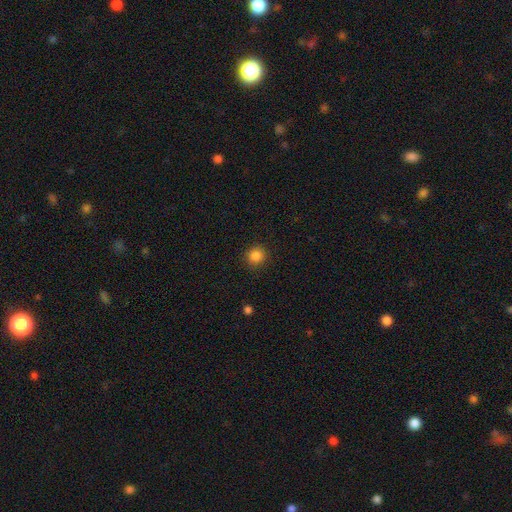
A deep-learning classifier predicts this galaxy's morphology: This is clearly a smooth galaxy (85%). How rounded: clearly round (91%). Merging: clearly none (90%).